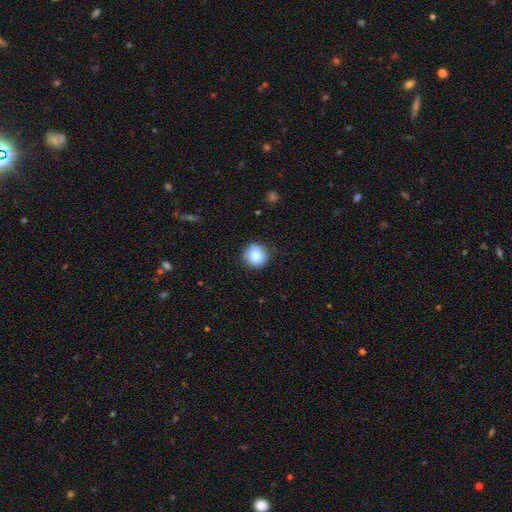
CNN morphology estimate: Smooth or featured?
  - smooth: 85% *
  - star or artifact: 9%
  - featured or disk: 7%
How rounded?
  - round: 92% *
  - in between: 7%
  - cigar-shaped: 1%
Merging?
  - none: 83% *
  - minor disturbance: 13%
  - major disturbance: 3%
  - merger: 1%